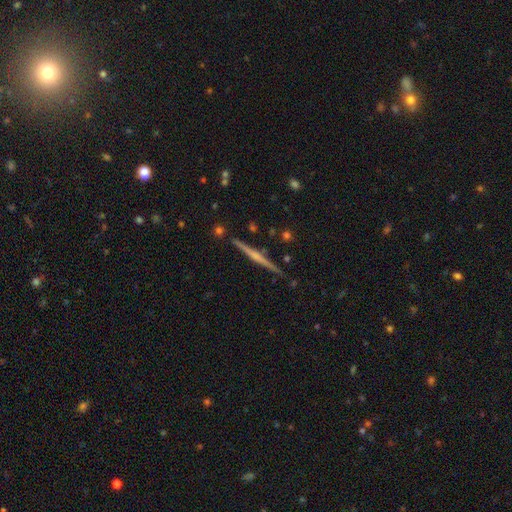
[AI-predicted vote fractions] featured or disk 74%, smooth 19%, star or artifact 6%. Down the decision tree: edge-on disk — yes (98%); edge-on bulge — rounded (55%); merging — none (90%).